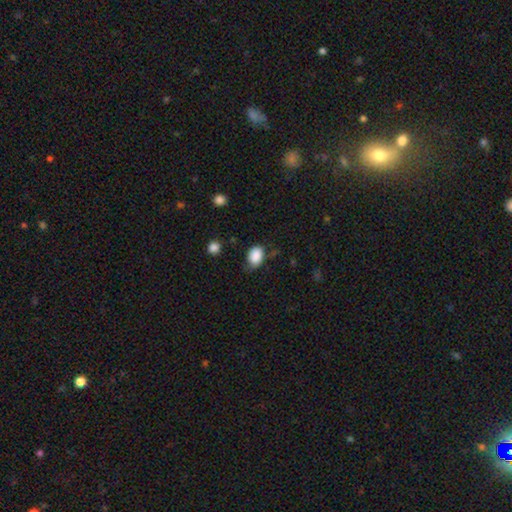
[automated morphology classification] A smooth galaxy with no disk features (88%) that is in between round and cigar-shaped (80%).

Vote fractions:
- Smooth or featured? smooth: 88% / star or artifact: 8% / featured or disk: 4%
- How rounded? in between: 80% / round: 19% / cigar-shaped: 1%
- Merging? none: 65% / minor disturbance: 26% / major disturbance: 6% / merger: 2%